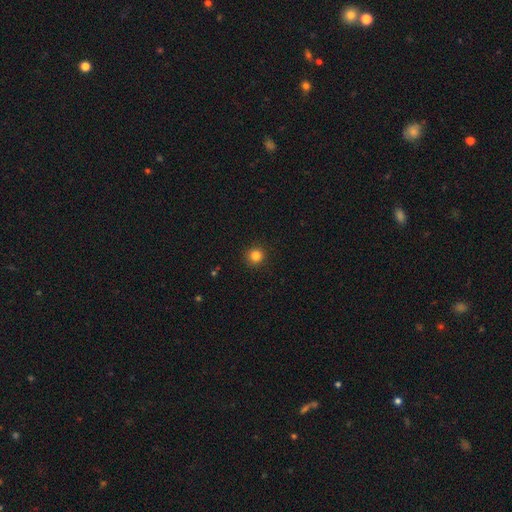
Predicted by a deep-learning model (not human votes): A smooth galaxy with no disk features (83%) that is round (94%). Merging: none (92%).